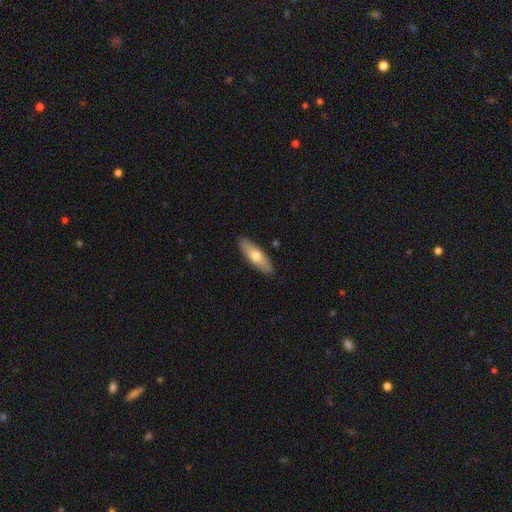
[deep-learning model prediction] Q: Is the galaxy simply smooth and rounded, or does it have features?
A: smooth — 64%.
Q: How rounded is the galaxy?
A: in between — 61%.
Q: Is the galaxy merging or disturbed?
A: none — 89%.